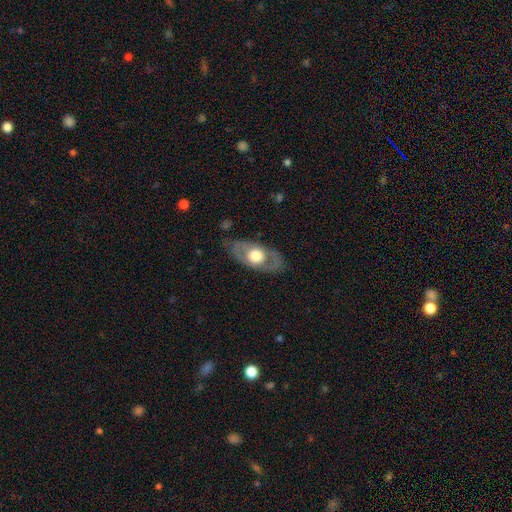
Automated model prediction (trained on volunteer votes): Smooth or featured: featured or disk — 56% (smooth — 39%)
Edge-on disk: no — 82% (yes — 18%)
Merging: none — 78% (minor disturbance — 15%)